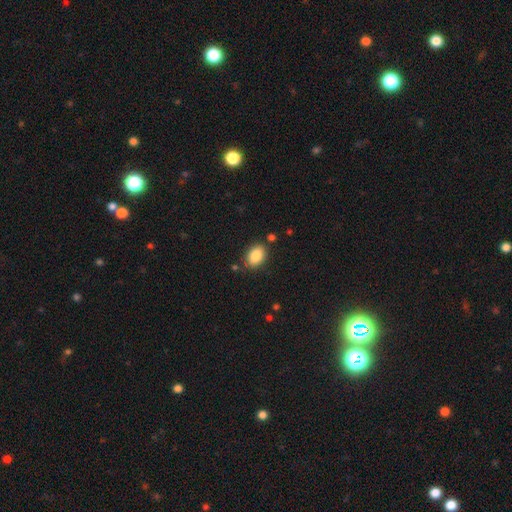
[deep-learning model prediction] smooth 87%, star or artifact 8%, featured or disk 6%. Down the decision tree: how rounded — in between (85%); merging — none (82%).